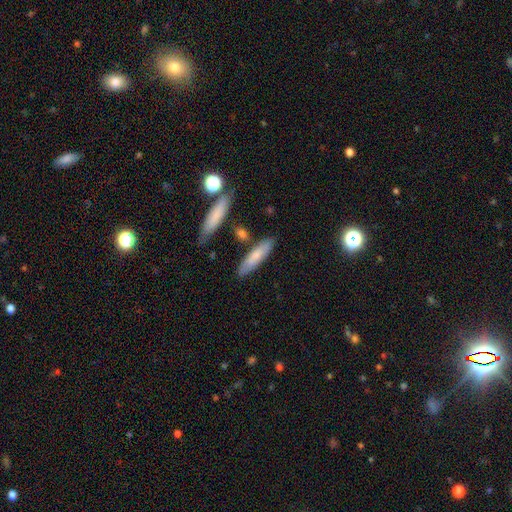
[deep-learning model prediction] smooth-or-featured: smooth: 72% | featured or disk: 22% | star or artifact: 6%
  how-rounded: cigar-shaped: 67% | in between: 32% | round: 2%
  merging: none: 78% | minor disturbance: 13% | merger: 6% | major disturbance: 3%